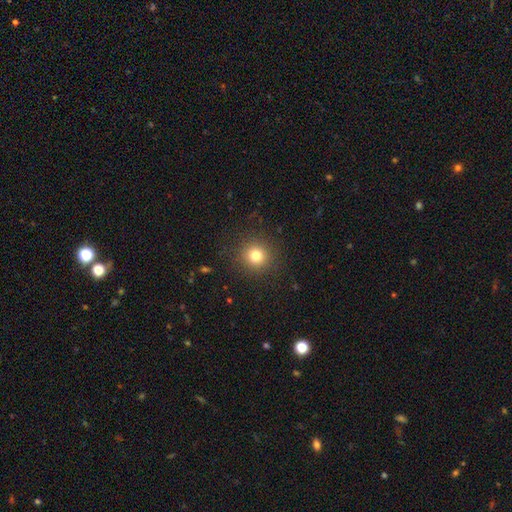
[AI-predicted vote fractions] A smooth galaxy with no disk features (78%) that is round (93%).

Vote fractions:
- Smooth or featured? smooth: 78% / star or artifact: 14% / featured or disk: 8%
- How rounded? round: 93% / in between: 6% / cigar-shaped: 1%
- Merging? none: 90% / minor disturbance: 6% / major disturbance: 3% / merger: 1%